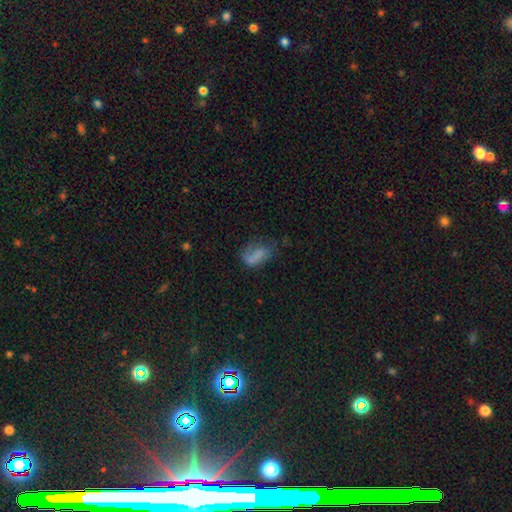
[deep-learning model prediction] Q: Smooth or featured?
A: smooth (57%); runner-up: featured or disk (31%)
Q: How rounded?
A: in between (82%); runner-up: round (13%)
Q: Merging?
A: none (37%); runner-up: major disturbance (32%)